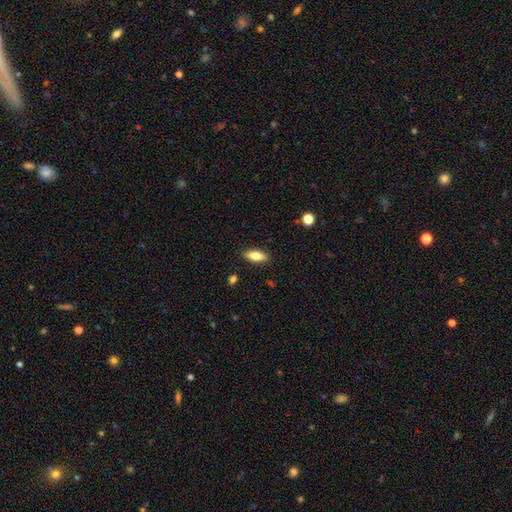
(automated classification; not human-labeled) Q: Smooth or featured?
A: smooth (70%); runner-up: featured or disk (23%)
Q: How rounded?
A: in between (77%); runner-up: cigar-shaped (20%)
Q: Merging?
A: none (89%); runner-up: minor disturbance (8%)